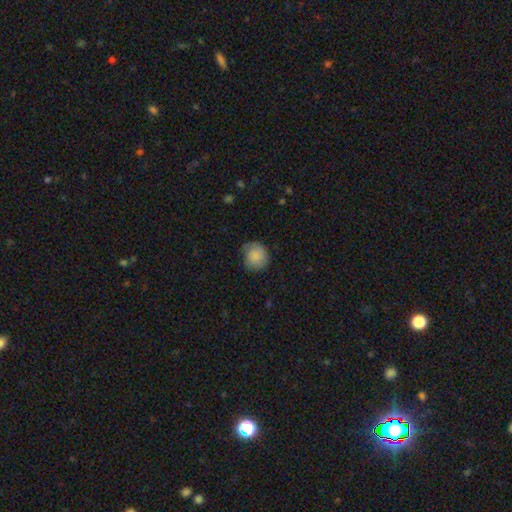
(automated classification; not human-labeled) Smooth or featured?
  - smooth: 83% *
  - featured or disk: 10%
  - star or artifact: 7%
How rounded?
  - round: 86% *
  - in between: 13%
  - cigar-shaped: 1%
Merging?
  - none: 71% *
  - minor disturbance: 22%
  - major disturbance: 6%
  - merger: 1%